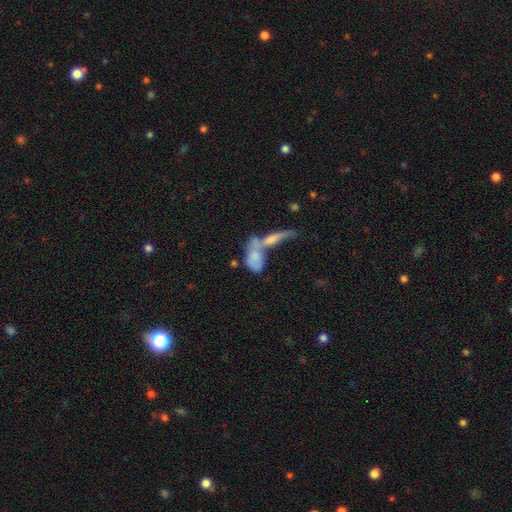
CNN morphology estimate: A smooth galaxy with no disk features (62%) that is in between round and cigar-shaped (77%). Merging: merger (65%).